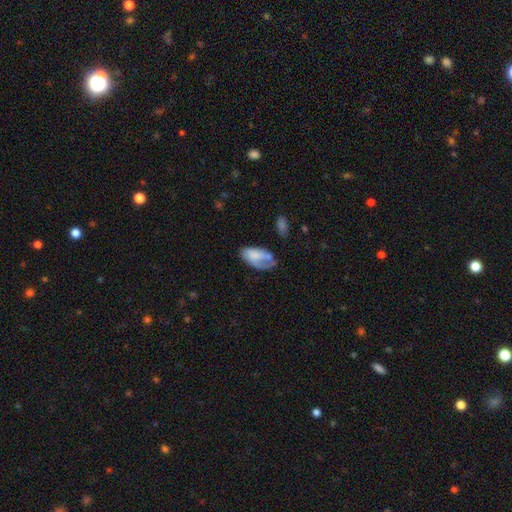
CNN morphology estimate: Overall: smooth (60%; featured or disk 32%). How rounded: in between (92%). Merging: none (33%; major disturbance 30%).